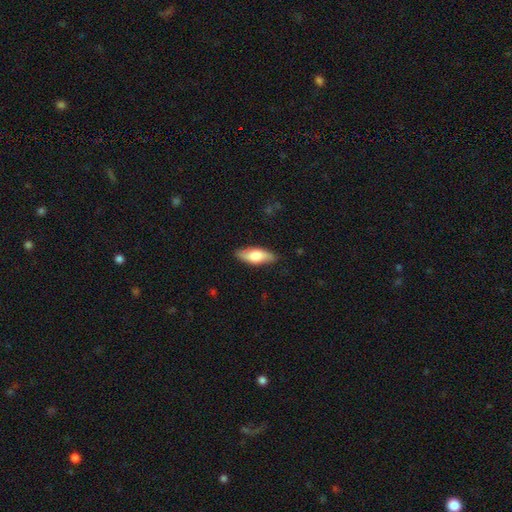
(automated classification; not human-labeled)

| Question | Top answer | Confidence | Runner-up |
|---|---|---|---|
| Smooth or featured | smooth | 65% | featured or disk (29%) |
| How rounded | in between | 71% | cigar-shaped (26%) |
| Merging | none | 84% | minor disturbance (12%) |